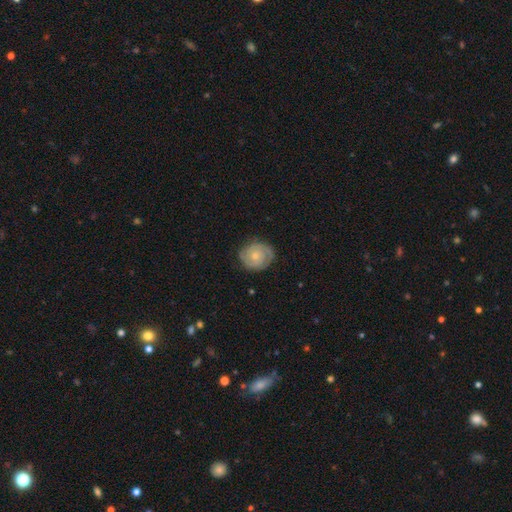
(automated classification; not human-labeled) featured or disk 77%, smooth 18%, star or artifact 6%. Down the decision tree: edge-on disk — no (98%); bar — no (77%); spiral arms — yes (94%); spiral arm count — 2 (65%); spiral winding — tight (71%); bulge size — small (56%); merging — none (81%).